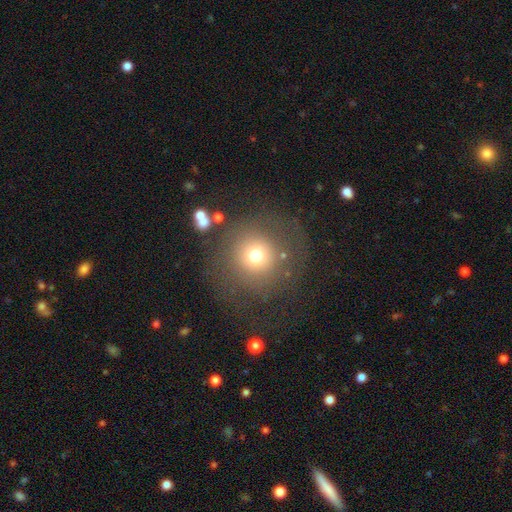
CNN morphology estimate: Smooth or featured? Predicted: smooth (p=0.66). How rounded? Predicted: round (p=0.93). Merging? Predicted: none (p=0.71).